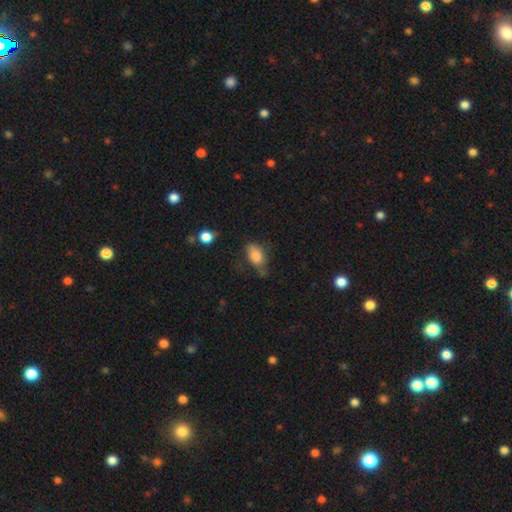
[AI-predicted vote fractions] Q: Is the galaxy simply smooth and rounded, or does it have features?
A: smooth — 79%.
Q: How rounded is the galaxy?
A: in between — 86%.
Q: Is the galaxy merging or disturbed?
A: none — 46%.